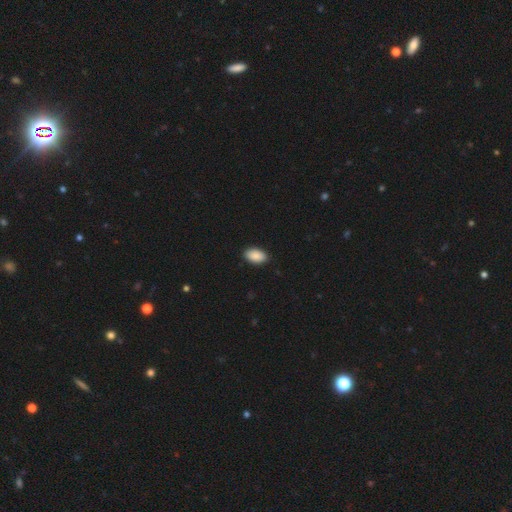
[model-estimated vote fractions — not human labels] smooth_or_featured: smooth (p=0.90) [alt: star or artifact p=0.07]
how_rounded: in between (p=0.94) [alt: round p=0.05]
merging: none (p=0.89) [alt: minor disturbance p=0.08]